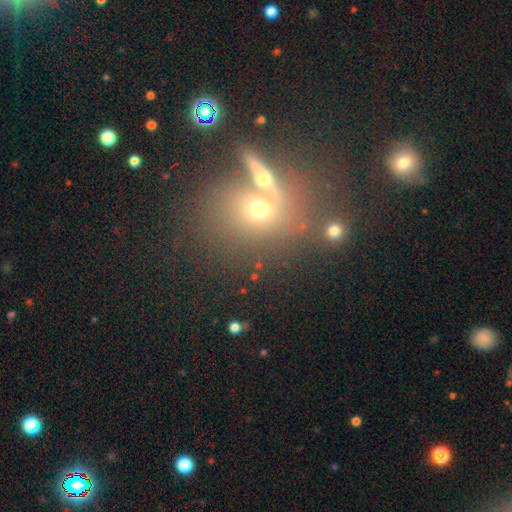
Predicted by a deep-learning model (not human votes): Smooth or featured? smooth (49%)
Merging? none (52%)